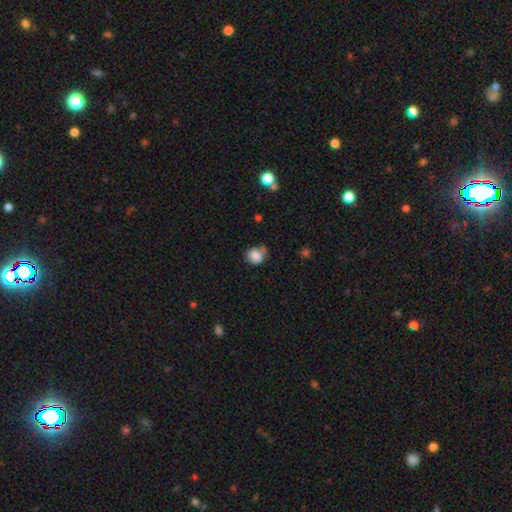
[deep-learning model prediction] This is clearly a smooth galaxy (80%). How rounded: possibly round (56%). Merging: possibly none (49%).